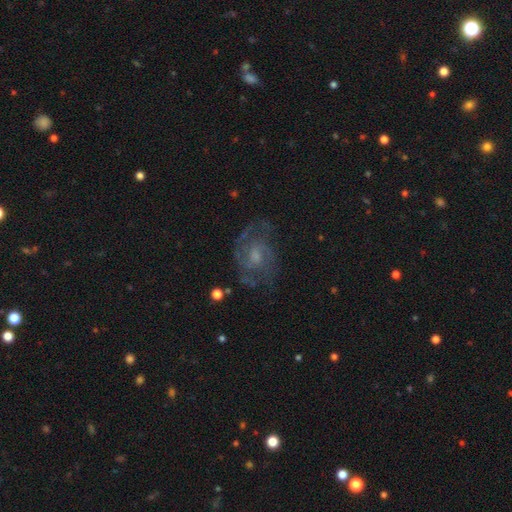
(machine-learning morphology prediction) smooth-or-featured: featured or disk: 78% | smooth: 13% | star or artifact: 9%
  disk-edge-on: no: 97% | yes: 3%
    bar: no: 54% | weak: 40% | strong: 6%
    has-spiral-arms: yes: 90% | no: 10%
      spiral-winding: medium: 49% | tight: 34% | loose: 17%
      spiral-arm-count: 2: 48% | can't tell: 24% | 3: 16% | 4: 5% | 1: 4% | more than 4: 3%
    bulge-size: moderate: 41% (tied) | small: 41% (tied) | none: 11% | large: 5% | dominant: 1%
  merging: none: 67% | minor disturbance: 18% | major disturbance: 13% | merger: 2%